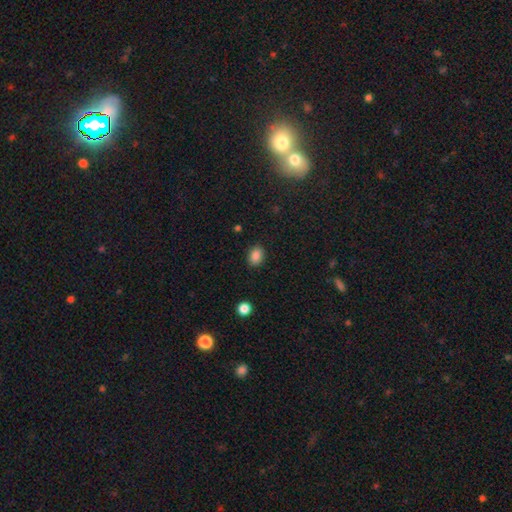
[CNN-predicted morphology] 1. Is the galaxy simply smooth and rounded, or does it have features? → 87% smooth, 10% star or artifact, 4% featured or disk.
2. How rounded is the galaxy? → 68% in between, 31% round, 1% cigar-shaped.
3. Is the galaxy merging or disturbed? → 87% none, 9% minor disturbance, 3% major disturbance, 1% merger.